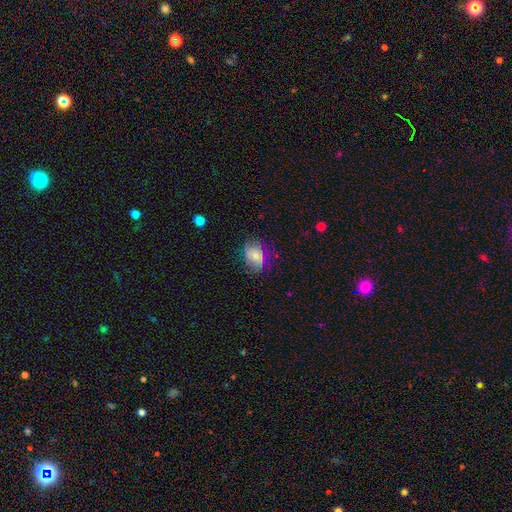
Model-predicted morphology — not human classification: type=smooth (49%); merging=none (65%).